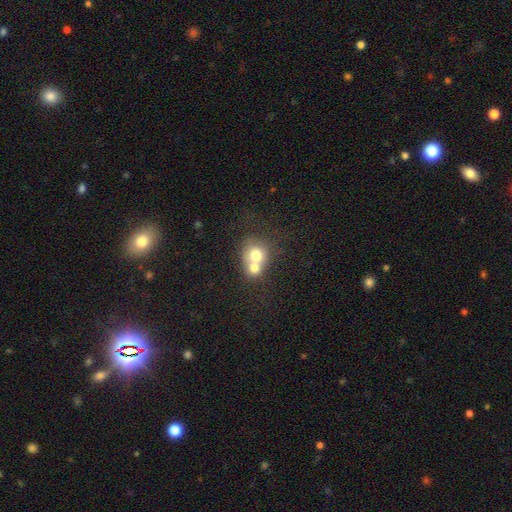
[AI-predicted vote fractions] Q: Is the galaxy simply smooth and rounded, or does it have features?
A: smooth — 68%.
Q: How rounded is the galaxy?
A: round — 73%.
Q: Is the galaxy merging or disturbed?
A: merger — 69%.